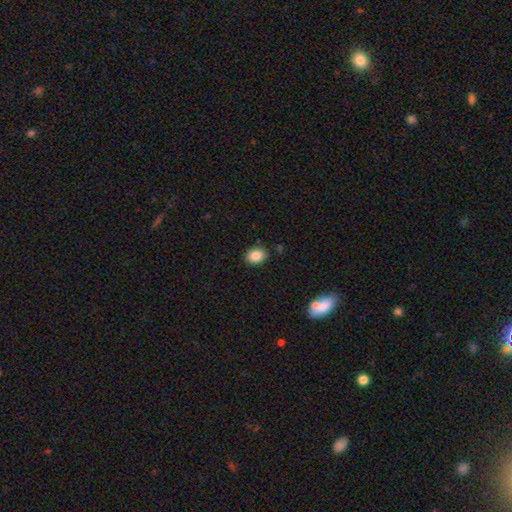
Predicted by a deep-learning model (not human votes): Smooth or featured: smooth — 86% (star or artifact — 9%)
How rounded: in between — 55% (round — 44%)
Merging: none — 86% (minor disturbance — 10%)